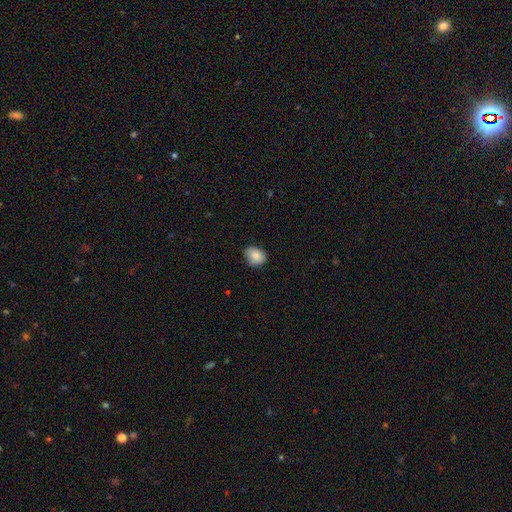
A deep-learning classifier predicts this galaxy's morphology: smooth_or_featured: smooth (p=0.85) [alt: star or artifact p=0.08]
how_rounded: in between (p=0.50) [alt: round p=0.49]
merging: none (p=0.73) [alt: minor disturbance p=0.23]